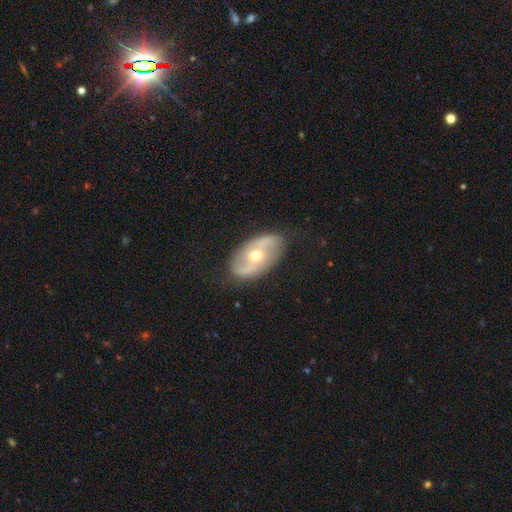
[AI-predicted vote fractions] featured or disk 75%, smooth 19%, star or artifact 6%. Down the decision tree: edge-on disk — no (93%); bar — no (54%); spiral arms — yes (77%); spiral arm count — 2 (88%); spiral winding — loose (47%); bulge size — moderate (73%); merging — none (81%).